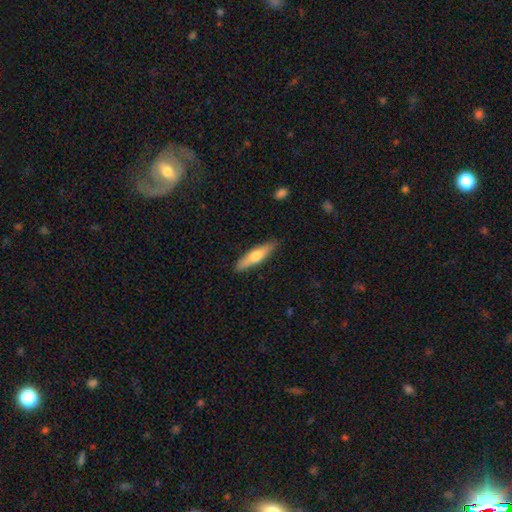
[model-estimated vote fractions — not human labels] Smooth or featured? Predicted: smooth (p=0.60). How rounded? Predicted: cigar-shaped (p=0.74). Merging? Predicted: none (p=0.88).